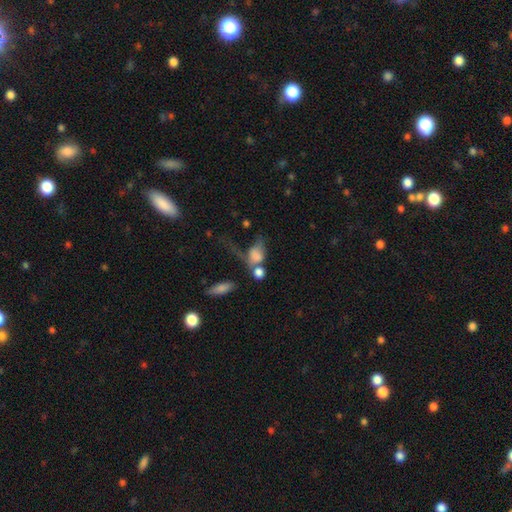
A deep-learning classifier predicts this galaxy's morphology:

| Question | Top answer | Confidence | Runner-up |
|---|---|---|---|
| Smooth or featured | smooth | 66% | featured or disk (23%) |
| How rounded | in between | 72% | round (23%) |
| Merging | major disturbance | 38% | merger (33%) |